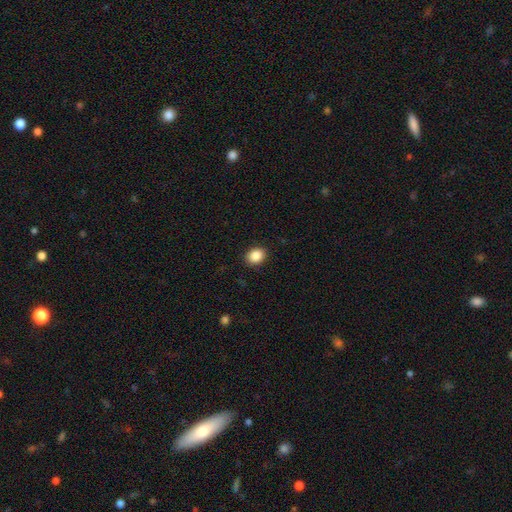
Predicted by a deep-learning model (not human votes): A smooth galaxy with no disk features (88%) that is round (51%).

Vote fractions:
- Smooth or featured? smooth: 88% / star or artifact: 9% / featured or disk: 3%
- How rounded? round: 51% / in between: 49% / cigar-shaped: 1%
- Merging? none: 90% / minor disturbance: 7% / major disturbance: 2% / merger: 1%